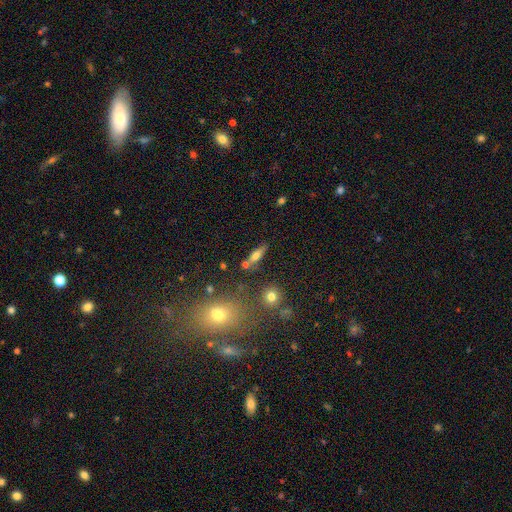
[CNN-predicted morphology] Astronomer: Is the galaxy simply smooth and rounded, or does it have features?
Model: smooth — 52% (runner-up: featured or disk, 37%).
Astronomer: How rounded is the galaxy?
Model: cigar-shaped — 51% (runner-up: in between, 42%).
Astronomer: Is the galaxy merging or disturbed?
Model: none — 71%.